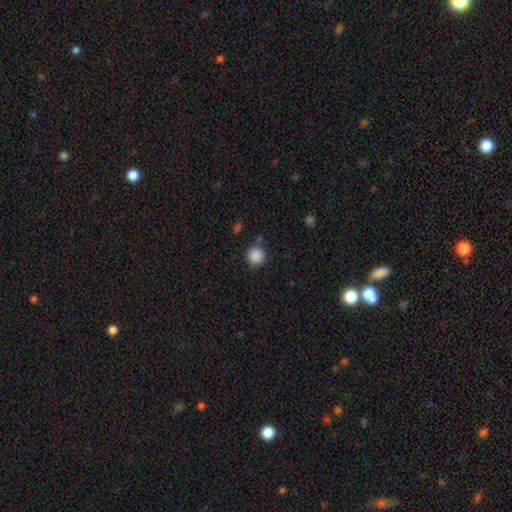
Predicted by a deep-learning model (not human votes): Overall: smooth (88%). How rounded: round (92%). Merging: none (84%).